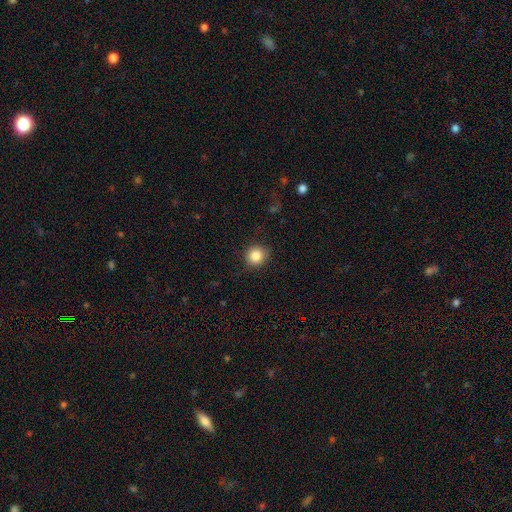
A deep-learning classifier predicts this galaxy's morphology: A smooth galaxy with no disk features (85%) that is round (90%).

Vote fractions:
- Smooth or featured? smooth: 85% / star or artifact: 10% / featured or disk: 5%
- How rounded? round: 90% / in between: 9% / cigar-shaped: 1%
- Merging? none: 88% / minor disturbance: 9% / major disturbance: 2% / merger: 1%